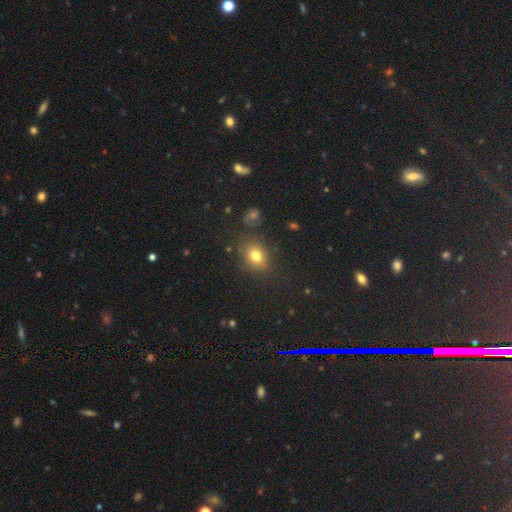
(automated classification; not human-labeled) A smooth galaxy with no disk features (76%) that is in between round and cigar-shaped (60%).

Vote fractions:
- Smooth or featured? smooth: 76% / star or artifact: 15% / featured or disk: 9%
- How rounded? in between: 60% / round: 38% / cigar-shaped: 2%
- Merging? none: 77% / minor disturbance: 15% / major disturbance: 5% / merger: 3%